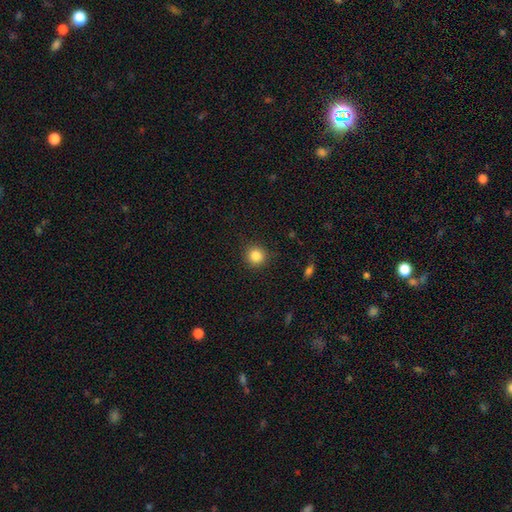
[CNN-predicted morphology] The model was most divided on "smooth or featured": smooth: 84%, star or artifact: 11%, featured or disk: 5%. More confident: how rounded — round (92%); merging — none (89%).